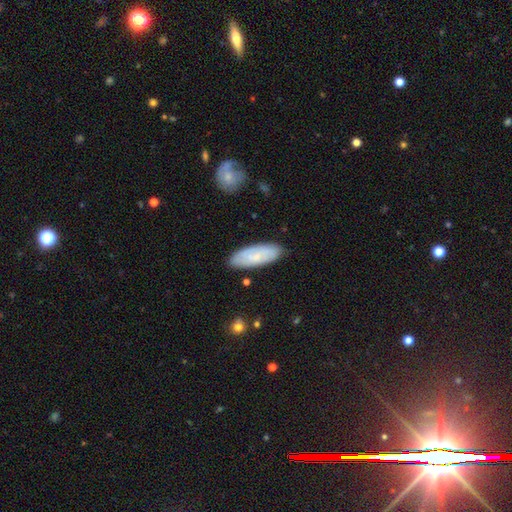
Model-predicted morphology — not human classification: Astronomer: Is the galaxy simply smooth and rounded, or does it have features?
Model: smooth — 67%.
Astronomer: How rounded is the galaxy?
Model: in between — 71%.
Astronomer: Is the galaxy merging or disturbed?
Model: none — 84%.